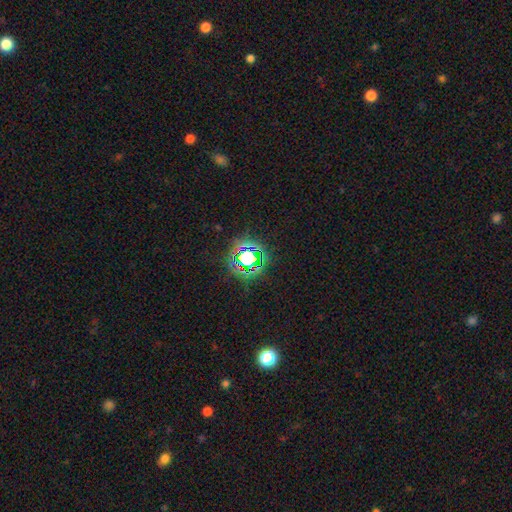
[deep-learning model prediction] star or artifact 67%, smooth 21%, featured or disk 11%.